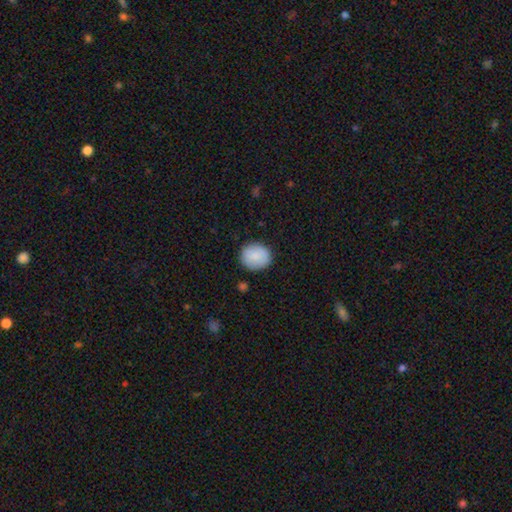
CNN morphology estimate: Smooth or featured? smooth (87%)
How rounded? round (80%)
Merging? none (87%)